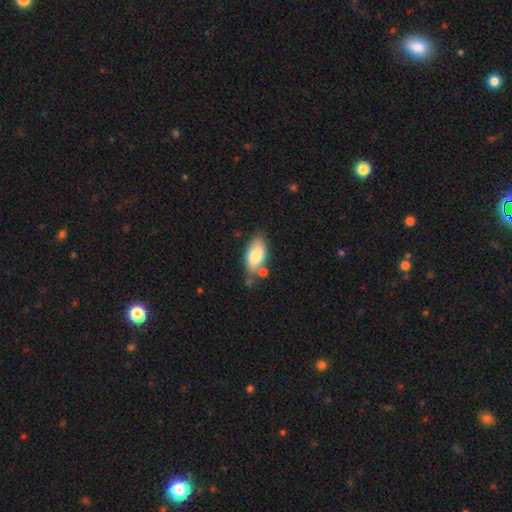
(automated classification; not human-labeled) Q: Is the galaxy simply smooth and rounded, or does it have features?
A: smooth — 76%.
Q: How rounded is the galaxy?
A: in between — 91%.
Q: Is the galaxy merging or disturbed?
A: none — 60%.